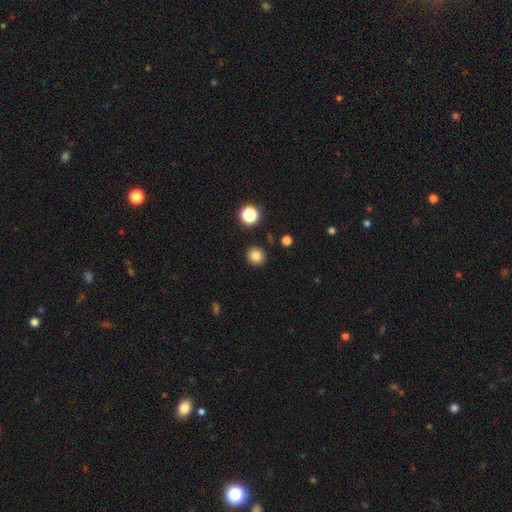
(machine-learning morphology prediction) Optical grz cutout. It shows a smooth galaxy with no disk features (82%) that is round (92%). Merging: none (91%).